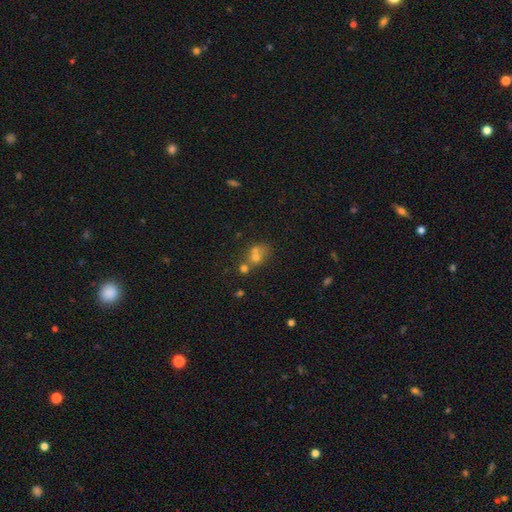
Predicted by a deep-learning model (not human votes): The model was most divided on "merging": merger: 59%, none: 28%, minor disturbance: 8%, major disturbance: 5%. More confident: how rounded — round (65%); smooth or featured — smooth (60%).